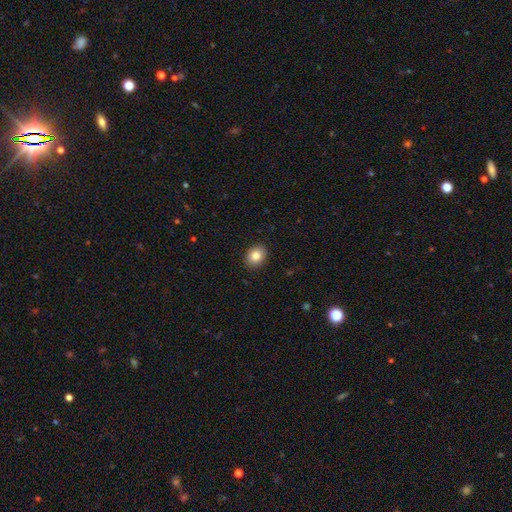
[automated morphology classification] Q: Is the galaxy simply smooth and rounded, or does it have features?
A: smooth — 84%.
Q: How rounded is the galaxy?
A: in between — 57%.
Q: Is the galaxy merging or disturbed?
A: none — 89%.